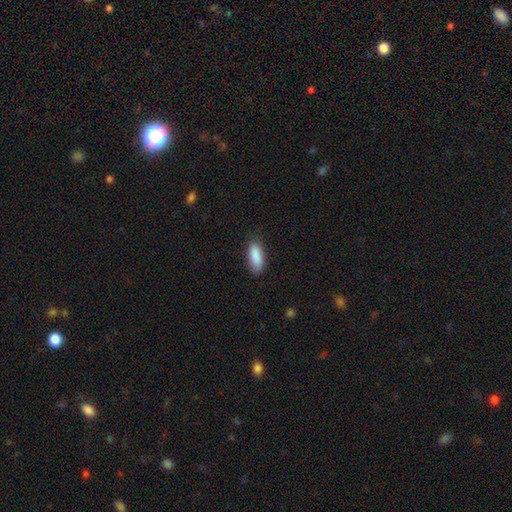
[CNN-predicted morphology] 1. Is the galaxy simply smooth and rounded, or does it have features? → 89% smooth, 7% star or artifact, 4% featured or disk.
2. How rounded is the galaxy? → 80% in between, 18% cigar-shaped, 2% round.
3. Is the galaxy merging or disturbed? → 80% none, 16% minor disturbance, 3% major disturbance, 1% merger.